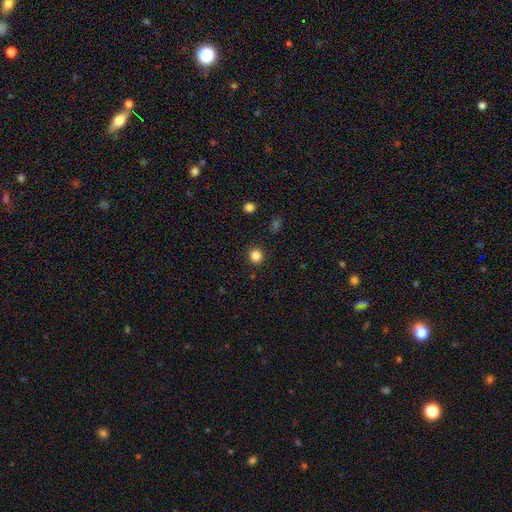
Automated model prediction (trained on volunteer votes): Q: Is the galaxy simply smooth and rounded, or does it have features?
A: smooth — 85%.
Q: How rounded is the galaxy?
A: round — 92%.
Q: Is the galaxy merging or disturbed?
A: none — 91%.